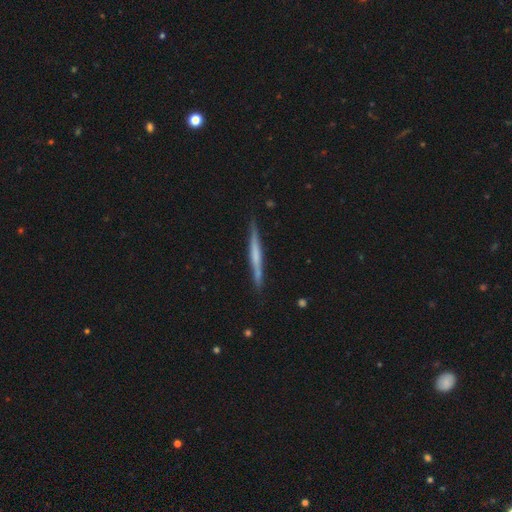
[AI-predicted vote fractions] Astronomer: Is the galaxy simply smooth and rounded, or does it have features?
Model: featured or disk — 57% (runner-up: smooth, 38%).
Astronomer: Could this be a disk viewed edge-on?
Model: yes — 97%.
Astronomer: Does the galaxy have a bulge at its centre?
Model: none — 60%.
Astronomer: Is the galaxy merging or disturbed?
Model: none — 88%.